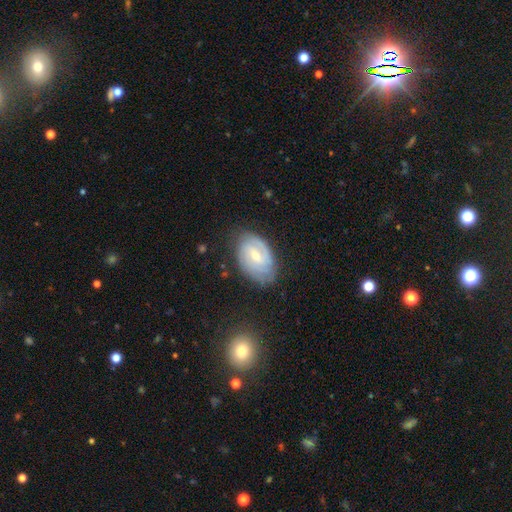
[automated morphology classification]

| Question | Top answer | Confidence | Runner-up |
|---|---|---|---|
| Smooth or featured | featured or disk | 75% | smooth (19%) |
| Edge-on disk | no | 96% | yes (4%) |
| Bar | weak | 57% | no (27%) |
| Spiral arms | yes | 90% | no (10%) |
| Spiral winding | tight | 59% | medium (31%) |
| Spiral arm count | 2 | 45% | can't tell (33%) |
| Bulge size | small | 59% | moderate (38%) |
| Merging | none | 72% | minor disturbance (21%) |